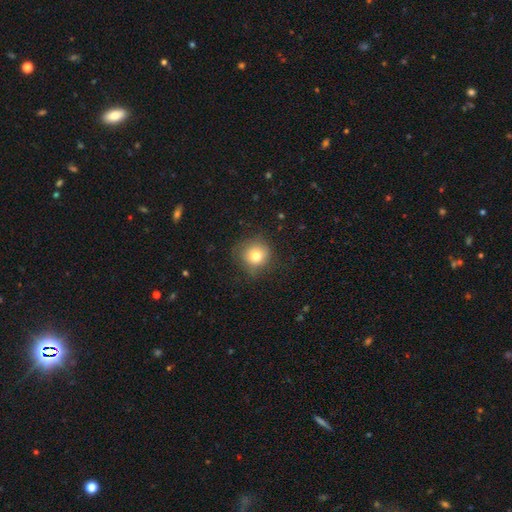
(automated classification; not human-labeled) smooth-or-featured: smooth: 77% | star or artifact: 12% | featured or disk: 11%
  how-rounded: round: 91% | in between: 8% | cigar-shaped: 1%
  merging: none: 77% | minor disturbance: 16% | major disturbance: 6% | merger: 1%